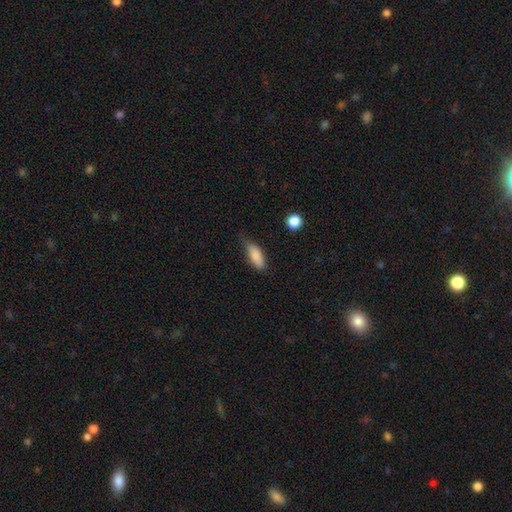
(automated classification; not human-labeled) Smooth or featured? Predicted: smooth (p=0.86). How rounded? Predicted: in between (p=0.77). Merging? Predicted: none (p=0.57).